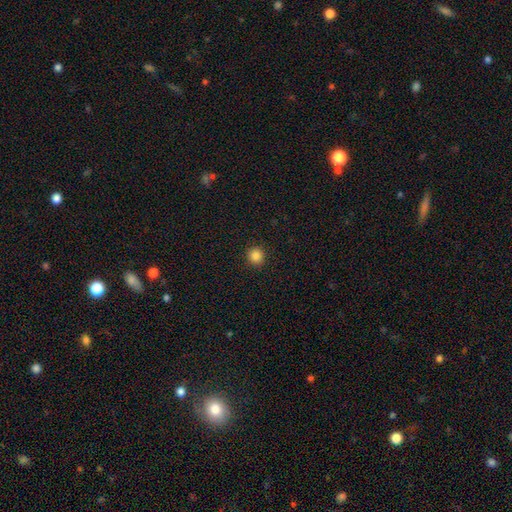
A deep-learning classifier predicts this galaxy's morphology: smooth_or_featured: smooth (p=0.85) [alt: star or artifact p=0.12]
how_rounded: round (p=0.93) [alt: in between p=0.06]
merging: none (p=0.93) [alt: minor disturbance p=0.05]